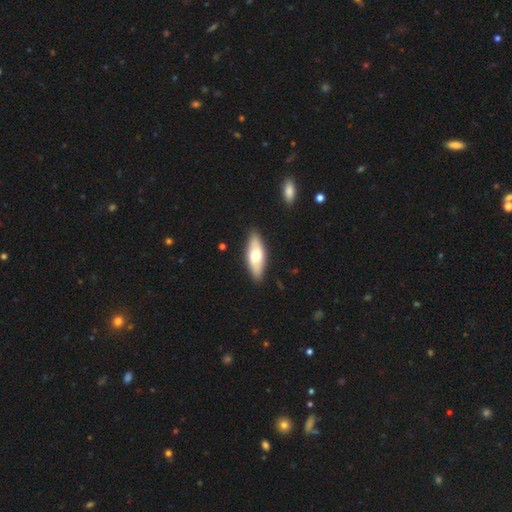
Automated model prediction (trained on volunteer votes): Overall: smooth (61%; featured or disk 34%). How rounded: in between (70%). Merging: none (88%).